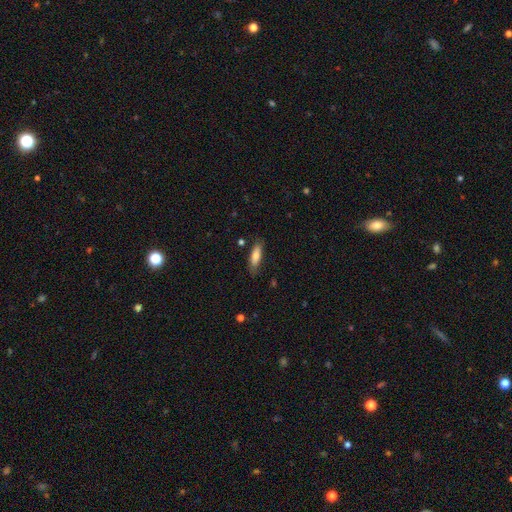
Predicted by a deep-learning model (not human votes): Overall: smooth (74%). How rounded: in between (53%; cigar-shaped 45%). Merging: none (79%).